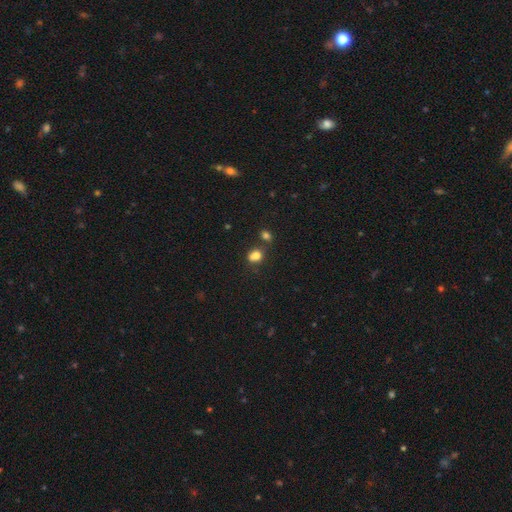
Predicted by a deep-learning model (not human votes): Morphology: type=smooth (79%); roundness=in between (59%); merging=none (54%).